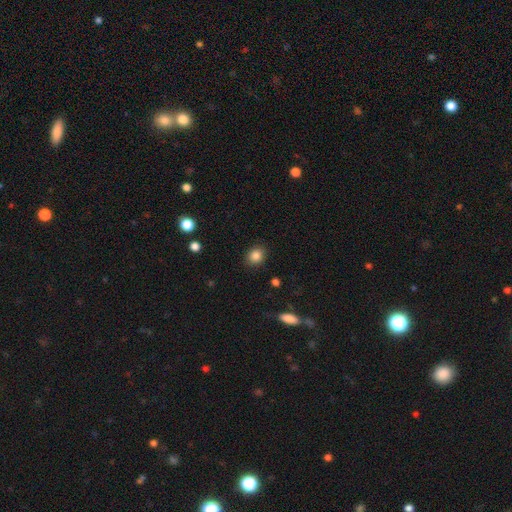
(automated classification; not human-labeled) smooth-or-featured: smooth: 85% | star or artifact: 10% | featured or disk: 5%
  how-rounded: round: 65% | in between: 34% | cigar-shaped: 1%
  merging: none: 87% | minor disturbance: 9% | major disturbance: 2% | merger: 1%